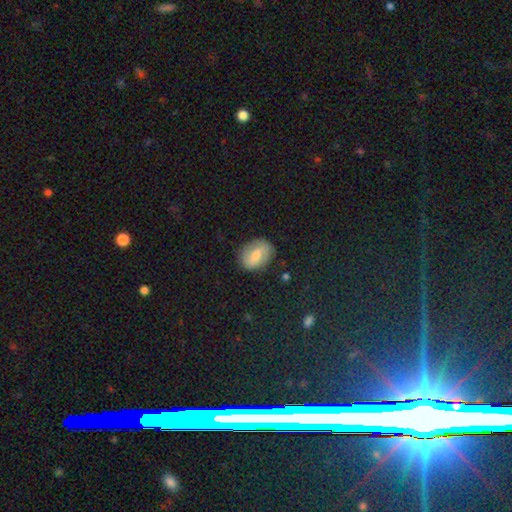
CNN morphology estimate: smooth 58%, featured or disk 34%, star or artifact 8%. Down the decision tree: how rounded — in between (67%); merging — none (79%).